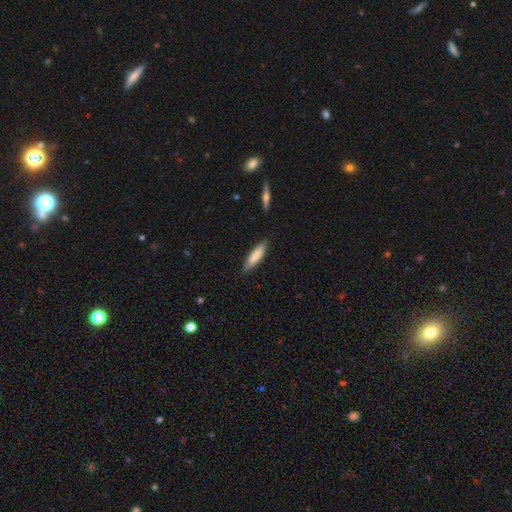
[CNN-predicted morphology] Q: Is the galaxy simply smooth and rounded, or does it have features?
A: smooth — 81%.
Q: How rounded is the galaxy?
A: cigar-shaped — 73%.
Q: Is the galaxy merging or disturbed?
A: none — 86%.